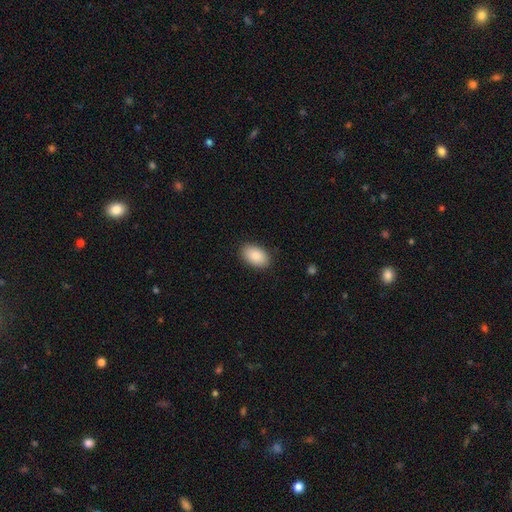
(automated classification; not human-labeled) This appears to be a smooth galaxy with no disk features (89%) that is in between round and cigar-shaped (93%). Merging: none (88%).